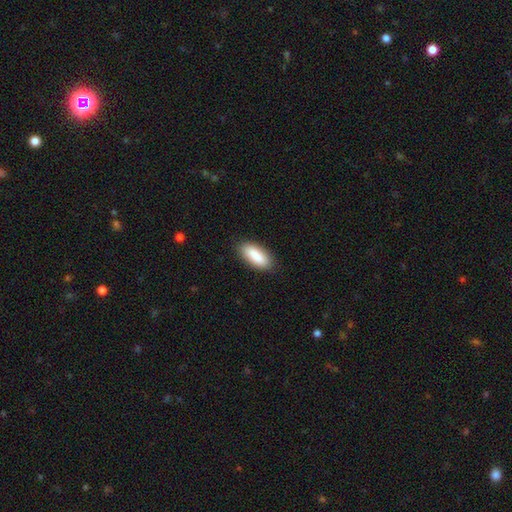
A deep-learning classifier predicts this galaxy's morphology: A smooth galaxy with no disk features (87%) that is in between round and cigar-shaped (77%). Merging: none (86%).